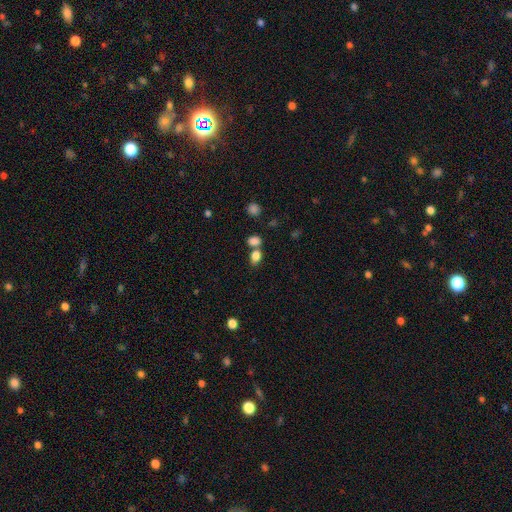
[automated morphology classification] smooth-or-featured: smooth: 82% | star or artifact: 11% | featured or disk: 7%
  how-rounded: in between: 72% | round: 26% | cigar-shaped: 2%
  merging: none: 49% | merger: 36% | minor disturbance: 10% | major disturbance: 4%